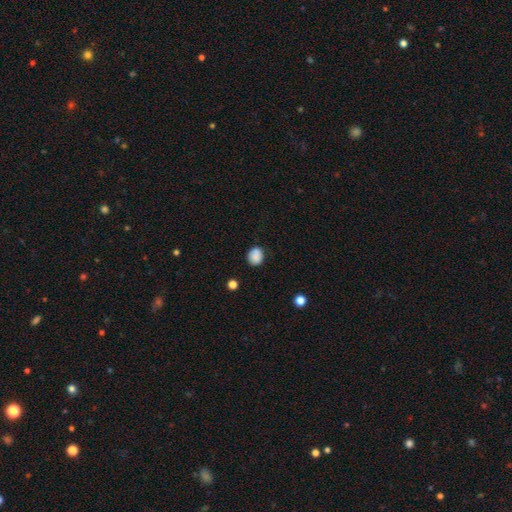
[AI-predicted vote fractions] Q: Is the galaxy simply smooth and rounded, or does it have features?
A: smooth — 86%.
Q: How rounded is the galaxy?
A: round — 68%.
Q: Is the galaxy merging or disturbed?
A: none — 80%.